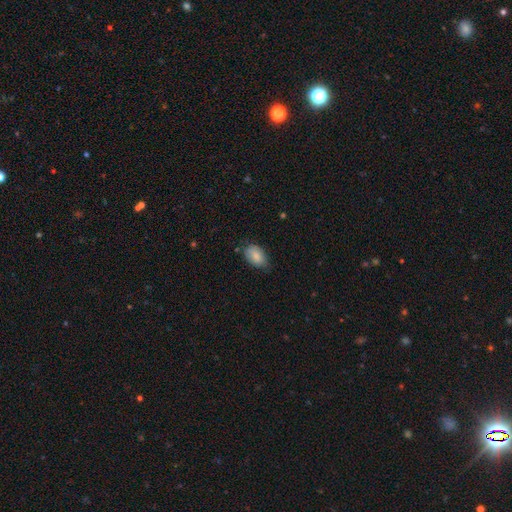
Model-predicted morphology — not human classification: This appears to be a smooth galaxy with no disk features (83%) that is in between round and cigar-shaped (90%). Merging: none (65%).